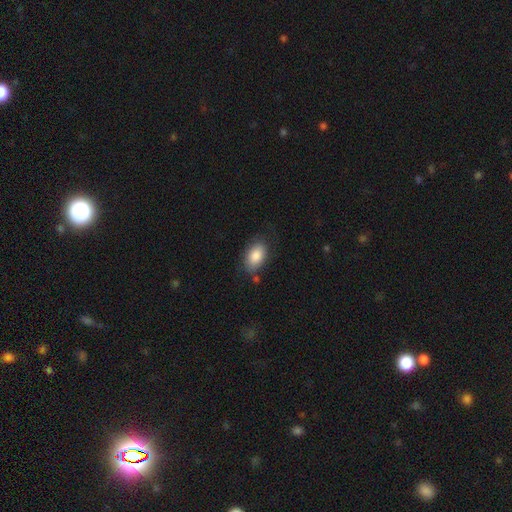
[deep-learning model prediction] This appears to be a smooth galaxy with no disk features (85%) that is in between round and cigar-shaped (90%). Merging: none (72%).